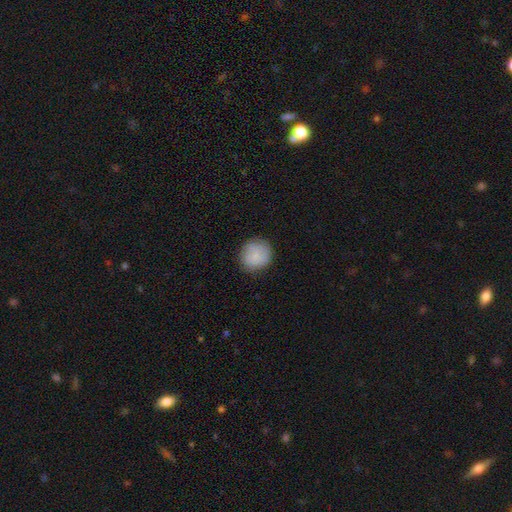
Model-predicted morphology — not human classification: smooth_or_featured: smooth (p=0.84) [alt: featured or disk p=0.09]
how_rounded: round (p=0.91) [alt: in between p=0.08]
merging: none (p=0.83) [alt: minor disturbance p=0.13]